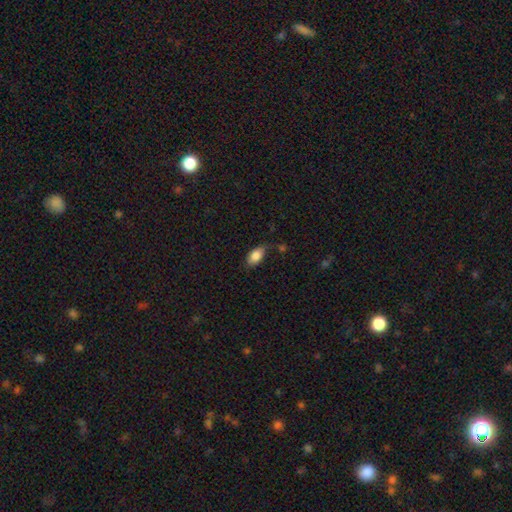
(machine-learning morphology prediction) A smooth galaxy with no disk features (85%) that is in between round and cigar-shaped (91%).

Vote fractions:
- Smooth or featured? smooth: 85% / featured or disk: 8% / star or artifact: 7%
- How rounded? in between: 91% / round: 6% / cigar-shaped: 3%
- Merging? none: 60% / minor disturbance: 26% / major disturbance: 8% / merger: 5%